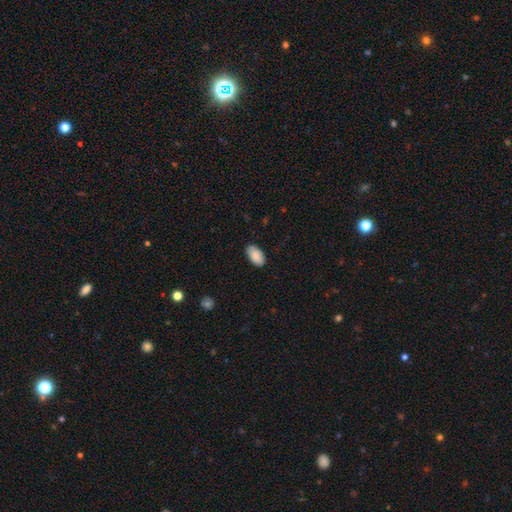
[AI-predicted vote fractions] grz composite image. It shows a smooth galaxy with no disk features (89%) that is in between round and cigar-shaped (95%). Merging: none (84%).